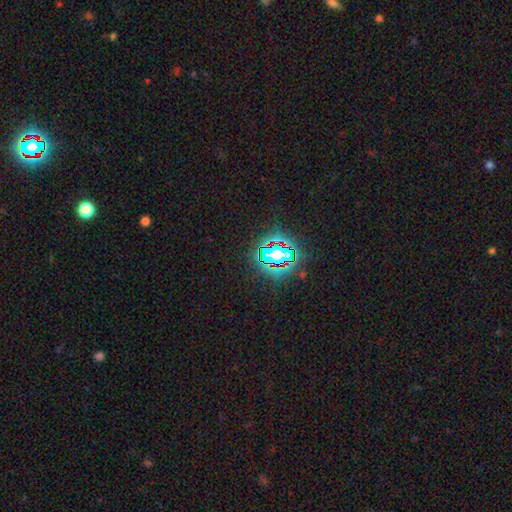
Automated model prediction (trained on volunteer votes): Smooth or featured: star or artifact — 81% (smooth — 12%)